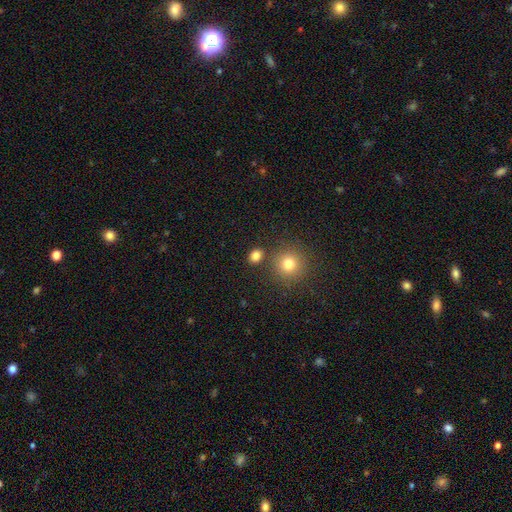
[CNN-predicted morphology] Smooth or featured?
  - smooth: 81% *
  - star or artifact: 13%
  - featured or disk: 5%
How rounded?
  - round: 57% *
  - in between: 42%
  - cigar-shaped: 1%
Merging?
  - none: 81% *
  - minor disturbance: 8%
  - merger: 8%
  - major disturbance: 3%